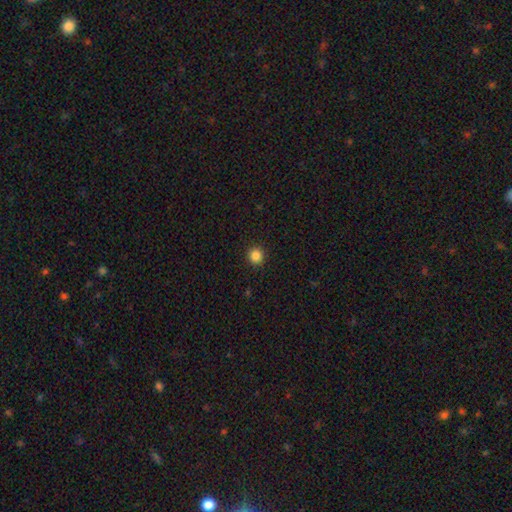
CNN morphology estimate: Q: Smooth or featured?
A: smooth (85%); runner-up: star or artifact (12%)
Q: How rounded?
A: round (94%); runner-up: in between (5%)
Q: Merging?
A: none (92%); runner-up: minor disturbance (5%)